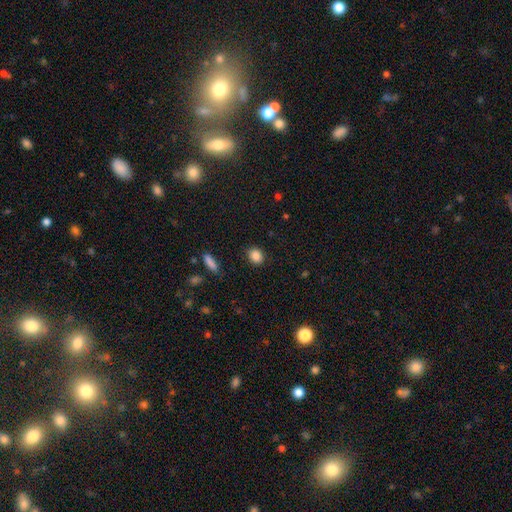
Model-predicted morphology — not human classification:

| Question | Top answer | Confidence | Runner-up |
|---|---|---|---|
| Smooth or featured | smooth | 87% | star or artifact (9%) |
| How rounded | round | 55% | in between (44%) |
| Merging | none | 88% | minor disturbance (9%) |